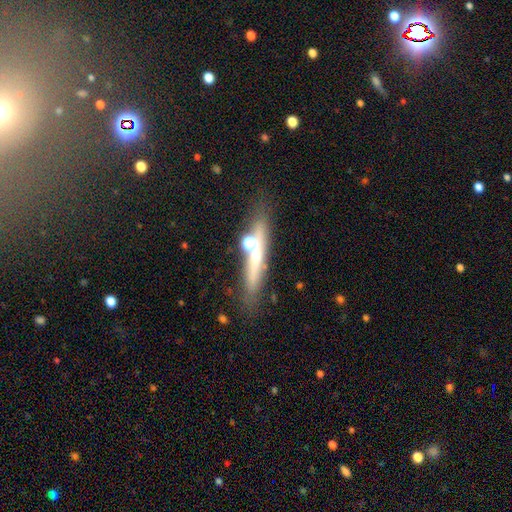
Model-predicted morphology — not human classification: A featured or disk galaxy (47%).

Vote fractions:
- Smooth or featured? featured or disk: 47% / smooth: 39% / star or artifact: 14%
- Merging? none: 71% / minor disturbance: 13% / merger: 11% / major disturbance: 5%